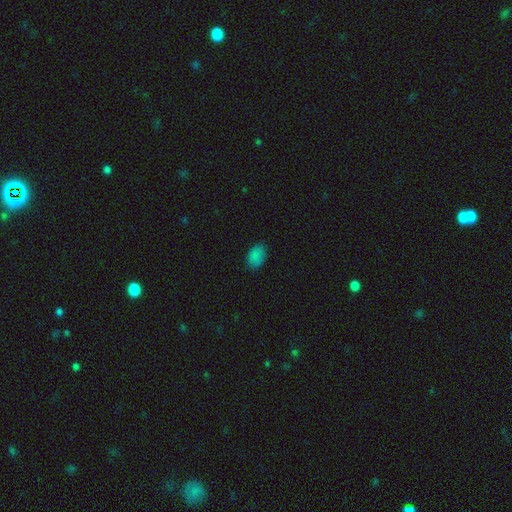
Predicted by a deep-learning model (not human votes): smooth-or-featured: smooth: 84% | star or artifact: 12% | featured or disk: 4%
  how-rounded: in between: 88% | round: 11% | cigar-shaped: 1%
  merging: none: 80% | minor disturbance: 15% | major disturbance: 3% | merger: 1%